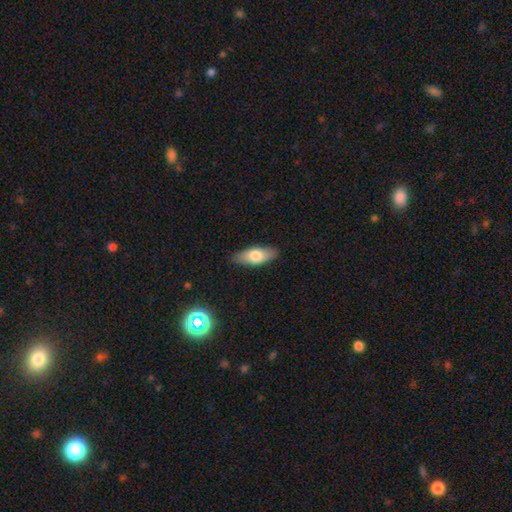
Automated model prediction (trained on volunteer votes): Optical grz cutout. It shows a smooth galaxy with no disk features (71%) that is in between round and cigar-shaped (76%). Merging: none (87%).